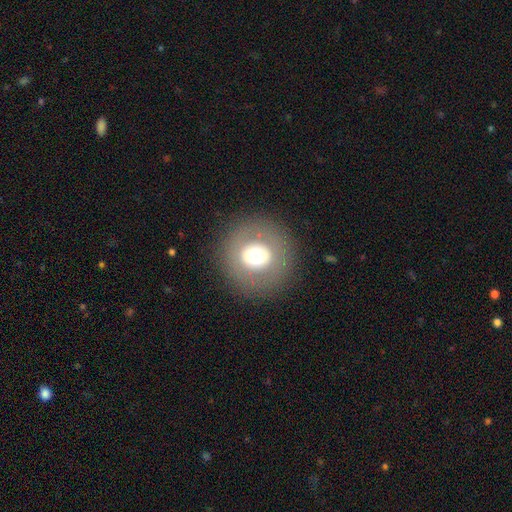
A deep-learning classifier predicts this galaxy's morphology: Smooth or featured? Predicted: smooth (p=0.59). How rounded? Predicted: round (p=0.94). Merging? Predicted: none (p=0.86).